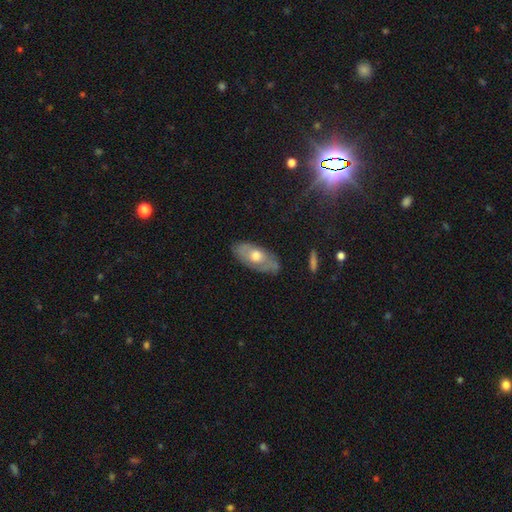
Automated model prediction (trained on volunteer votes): Smooth or featured? Predicted: featured or disk (p=0.50). Edge-on disk? Predicted: no (p=0.80). Merging? Predicted: none (p=0.77).